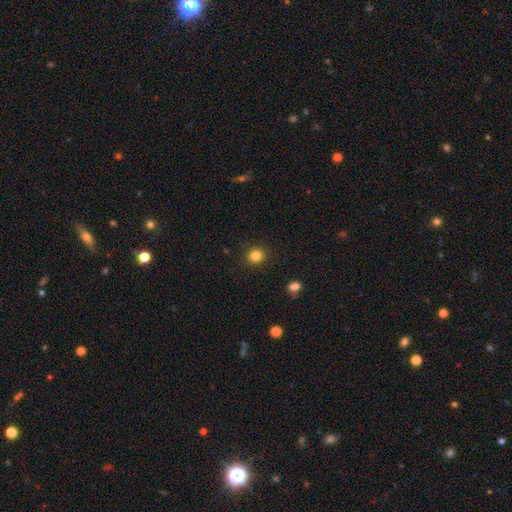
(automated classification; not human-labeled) The model was most divided on "smooth or featured": smooth: 83%, star or artifact: 12%, featured or disk: 5%. More confident: merging — none (90%); how rounded — round (86%).